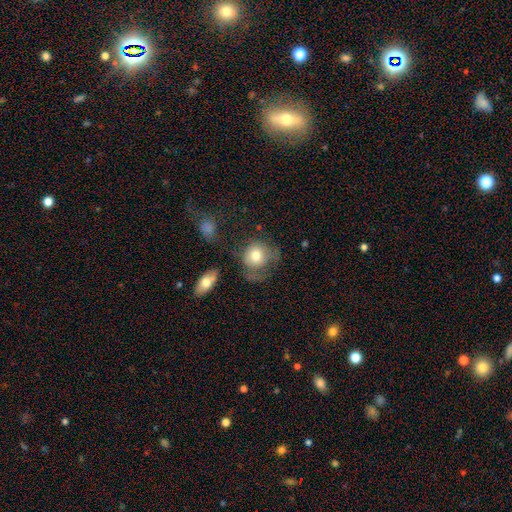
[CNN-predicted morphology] Smooth or featured?
  - smooth: 72% *
  - featured or disk: 20%
  - star or artifact: 8%
How rounded?
  - round: 74% *
  - in between: 25%
  - cigar-shaped: 1%
Merging?
  - none: 34% *
  - major disturbance: 33%
  - minor disturbance: 26%
  - merger: 7%